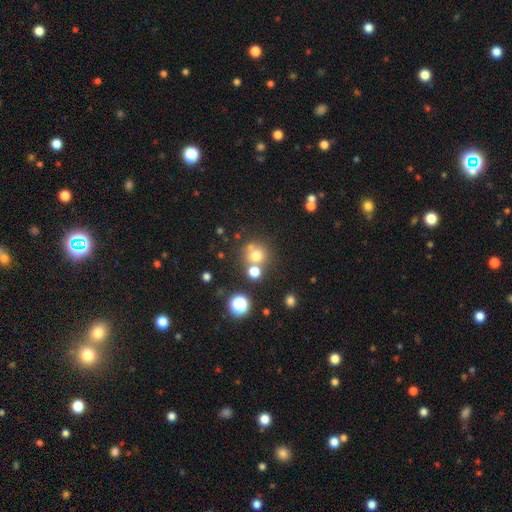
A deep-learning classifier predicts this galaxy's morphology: This is likely a smooth galaxy (70%). How rounded: clearly round (88%). Merging: likely none (60%).